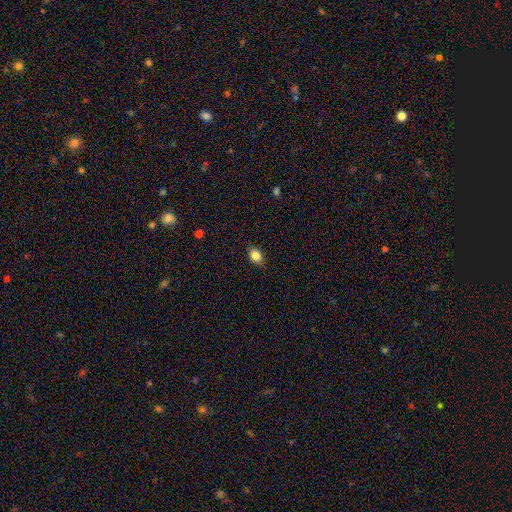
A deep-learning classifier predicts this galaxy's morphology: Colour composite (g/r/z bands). It shows a smooth galaxy with no disk features (84%) that is in between round and cigar-shaped (67%). Merging: none (84%).